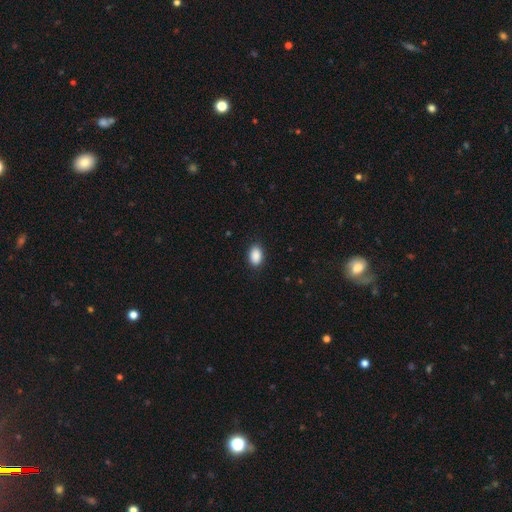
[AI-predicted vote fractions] Smooth or featured?
  - smooth: 90% *
  - star or artifact: 7%
  - featured or disk: 3%
How rounded?
  - in between: 88% *
  - round: 11%
  - cigar-shaped: 1%
Merging?
  - none: 88% *
  - minor disturbance: 9%
  - major disturbance: 2%
  - merger: 1%